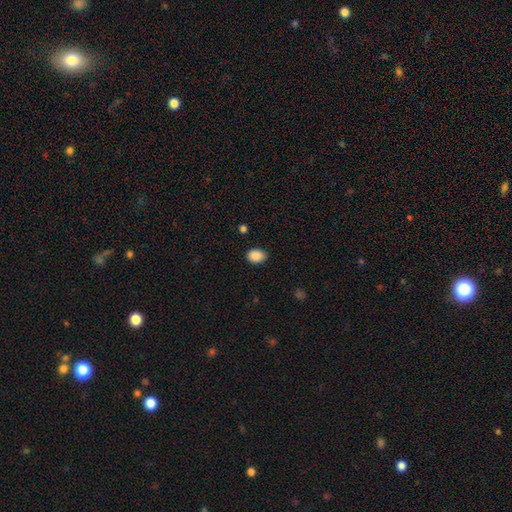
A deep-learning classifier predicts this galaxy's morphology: This is clearly a smooth galaxy (89%). How rounded: likely in between (73%). Merging: clearly none (87%).